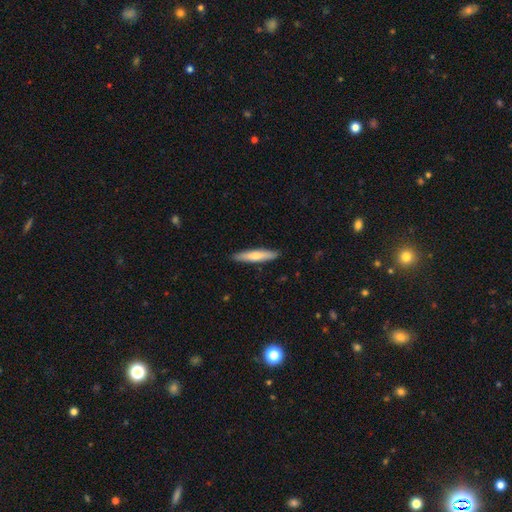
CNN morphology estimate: Smooth or featured?
  - smooth: 63% *
  - featured or disk: 32%
  - star or artifact: 5%
How rounded?
  - cigar-shaped: 87% *
  - in between: 11%
  - round: 1%
Merging?
  - none: 90% *
  - minor disturbance: 8%
  - major disturbance: 1%
  - merger: 1%